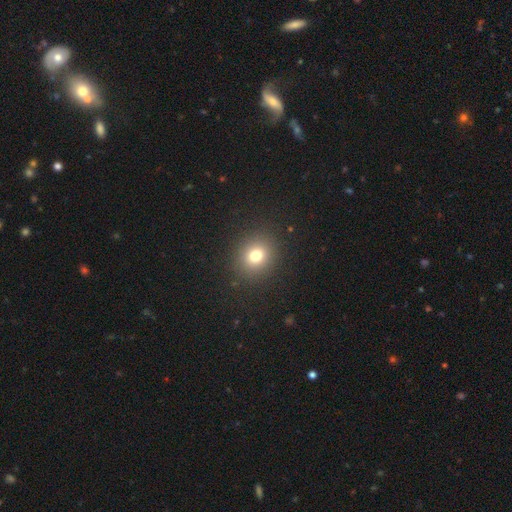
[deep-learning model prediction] The model was most divided on "smooth or featured": smooth: 75%, star or artifact: 16%, featured or disk: 9%. More confident: merging — none (90%); how rounded — round (80%).